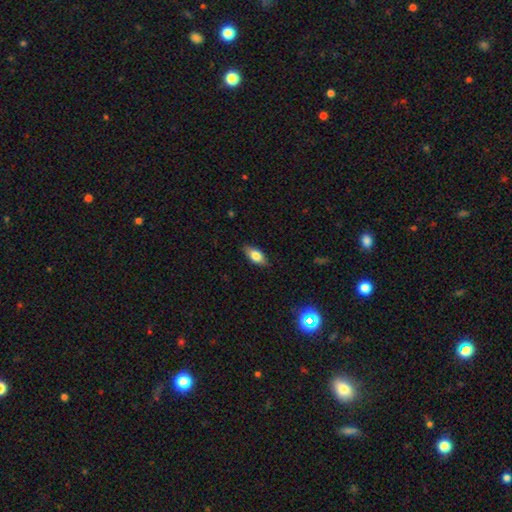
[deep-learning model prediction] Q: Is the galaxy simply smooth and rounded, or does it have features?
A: smooth — 73%.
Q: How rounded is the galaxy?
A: in between — 85%.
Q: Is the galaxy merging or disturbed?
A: none — 84%.